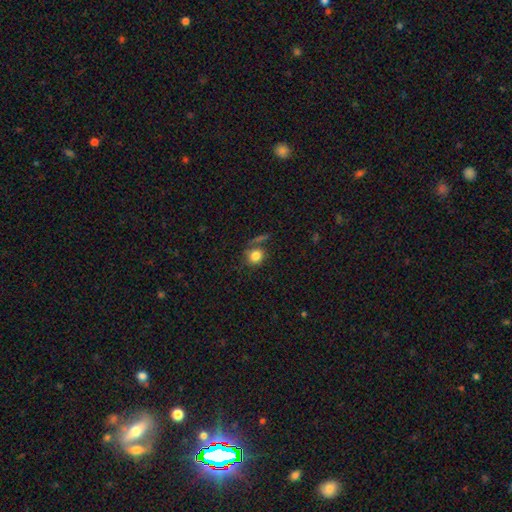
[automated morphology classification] The model was most divided on "merging": none: 63%, minor disturbance: 16%, merger: 13%, major disturbance: 8%. More confident: smooth or featured — smooth (81%); how rounded — round (77%).